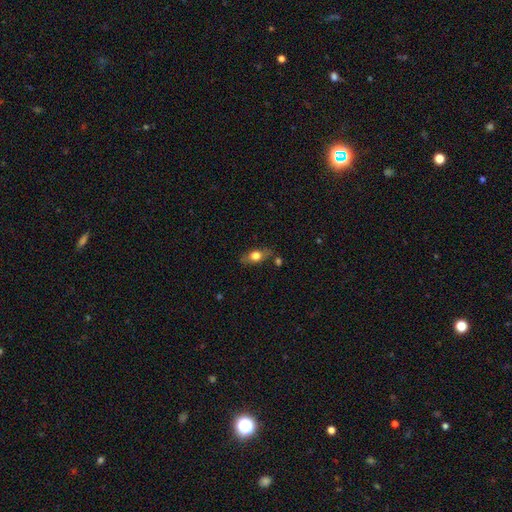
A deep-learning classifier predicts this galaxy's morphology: This appears to be a smooth galaxy with no disk features (63%) that is in between round and cigar-shaped (75%). Merging: none (73%).